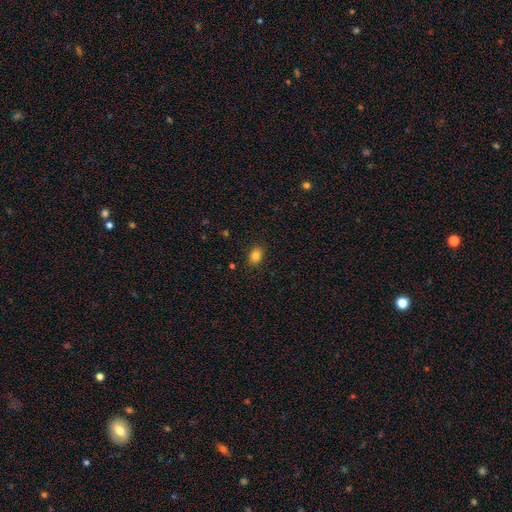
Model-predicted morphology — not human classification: Smooth or featured? smooth (83%)
How rounded? in between (61%)
Merging? none (88%)